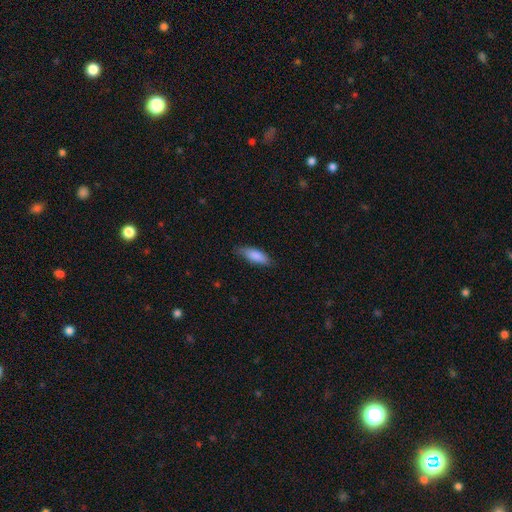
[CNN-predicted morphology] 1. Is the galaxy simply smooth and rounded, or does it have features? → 85% smooth, 9% featured or disk, 6% star or artifact.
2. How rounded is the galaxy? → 63% in between, 35% cigar-shaped, 2% round.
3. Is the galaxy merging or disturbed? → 78% none, 18% minor disturbance, 3% major disturbance, 1% merger.